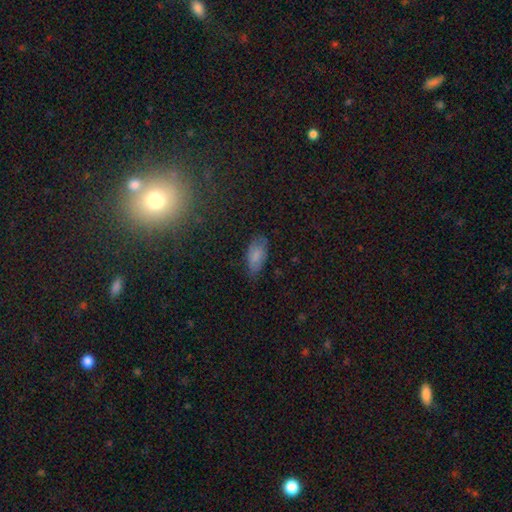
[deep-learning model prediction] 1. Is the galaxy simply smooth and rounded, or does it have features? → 77% smooth, 13% featured or disk, 10% star or artifact.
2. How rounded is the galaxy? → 92% in between, 6% cigar-shaped, 3% round.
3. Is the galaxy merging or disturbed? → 71% none, 22% minor disturbance, 5% major disturbance, 1% merger.